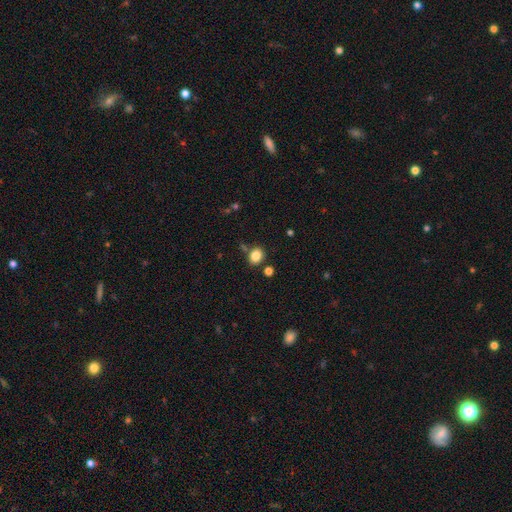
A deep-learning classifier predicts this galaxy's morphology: smooth_or_featured: smooth (p=0.84) [alt: star or artifact p=0.11]
how_rounded: round (p=0.59) [alt: in between p=0.40]
merging: none (p=0.78) [alt: minor disturbance p=0.11]